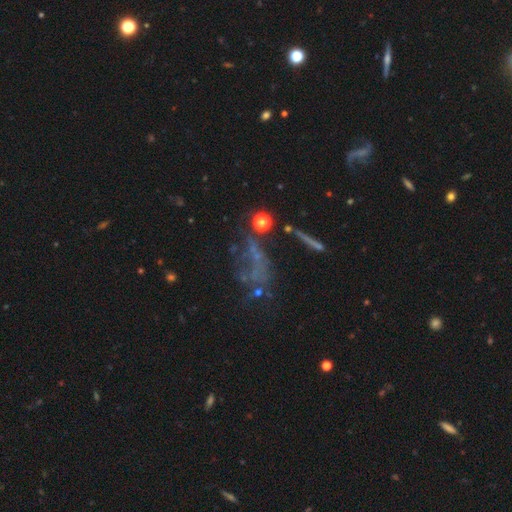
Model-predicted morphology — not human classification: Smooth or featured: featured or disk — 43% (star or artifact — 30%)
Merging: none — 39% (major disturbance — 32%)